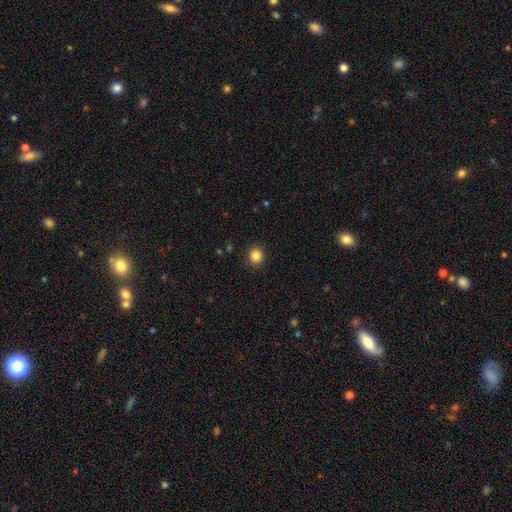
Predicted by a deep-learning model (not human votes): The model was most divided on "how rounded": round: 80%, in between: 19%, cigar-shaped: 1%. More confident: merging — none (89%); smooth or featured — smooth (85%).